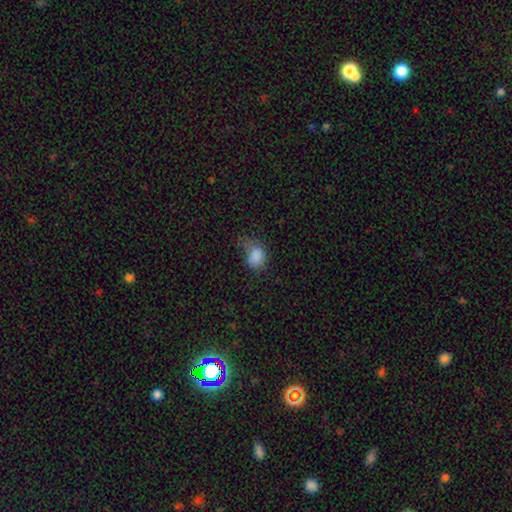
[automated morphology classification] Q: Smooth or featured?
A: smooth (82%); runner-up: star or artifact (10%)
Q: How rounded?
A: in between (66%); runner-up: round (33%)
Q: Merging?
A: none (34%); runner-up: minor disturbance (32%)